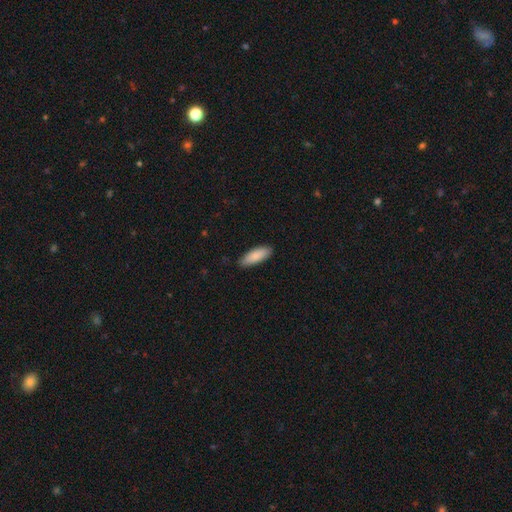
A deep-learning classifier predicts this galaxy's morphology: This is clearly a smooth galaxy (88%). How rounded: likely in between (65%). Merging: clearly none (86%).